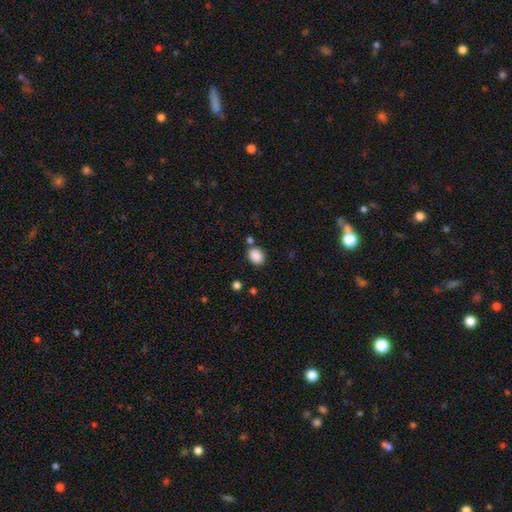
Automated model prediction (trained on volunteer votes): A smooth galaxy with no disk features (88%) that is in between round and cigar-shaped (59%).

Vote fractions:
- Smooth or featured? smooth: 88% / star or artifact: 9% / featured or disk: 4%
- How rounded? in between: 59% / round: 40% / cigar-shaped: 1%
- Merging? none: 76% / minor disturbance: 12% / merger: 8% / major disturbance: 4%